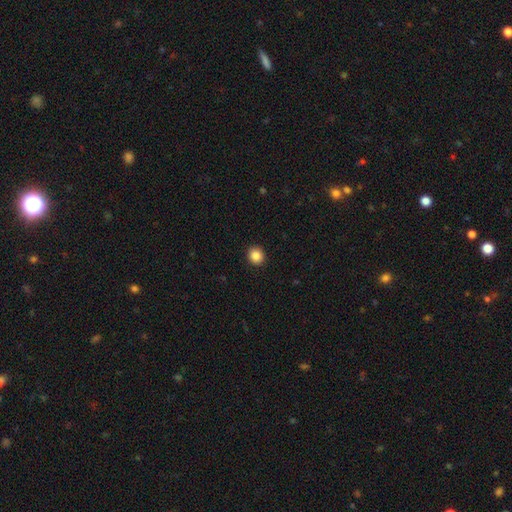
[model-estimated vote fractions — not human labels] Overall: smooth (87%). How rounded: round (82%). Merging: none (92%).